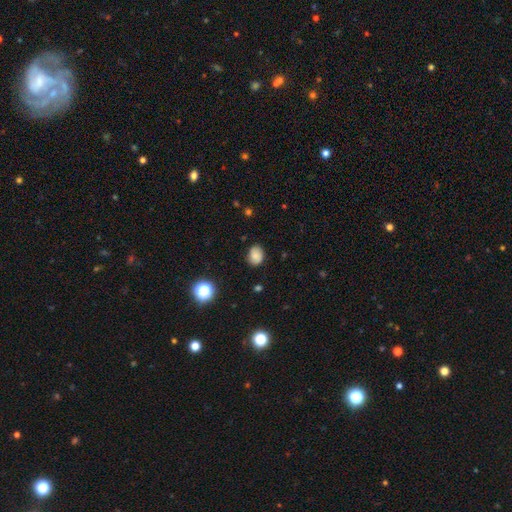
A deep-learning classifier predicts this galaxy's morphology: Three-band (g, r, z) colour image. It shows a smooth galaxy with no disk features (82%) that is in between round and cigar-shaped (56%). Merging: none (79%).